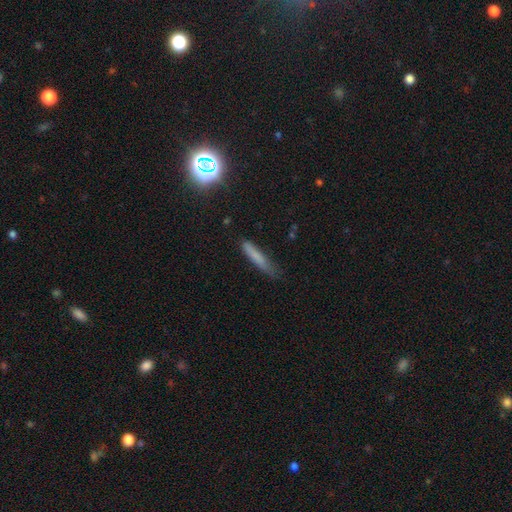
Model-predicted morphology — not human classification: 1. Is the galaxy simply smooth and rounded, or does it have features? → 73% smooth, 16% featured or disk, 11% star or artifact.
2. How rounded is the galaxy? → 90% cigar-shaped, 8% in between, 2% round.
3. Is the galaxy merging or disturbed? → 67% none, 25% minor disturbance, 6% major disturbance, 2% merger.